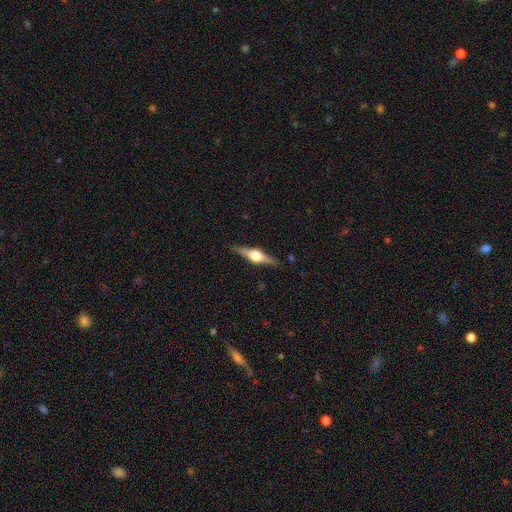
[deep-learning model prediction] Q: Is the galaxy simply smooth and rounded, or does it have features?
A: featured or disk — 79%.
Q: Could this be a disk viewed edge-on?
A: yes — 98%.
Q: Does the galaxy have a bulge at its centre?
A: rounded — 92%.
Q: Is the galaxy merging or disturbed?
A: none — 89%.